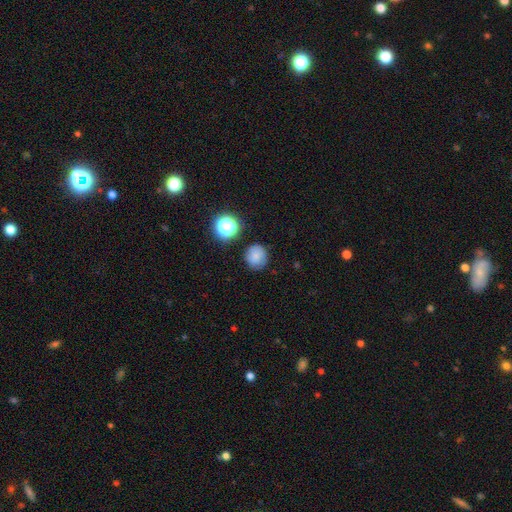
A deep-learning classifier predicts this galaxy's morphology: The model was most divided on "smooth or featured": smooth: 76%, star or artifact: 13%, featured or disk: 11%. More confident: how rounded — round (87%); merging — none (81%).